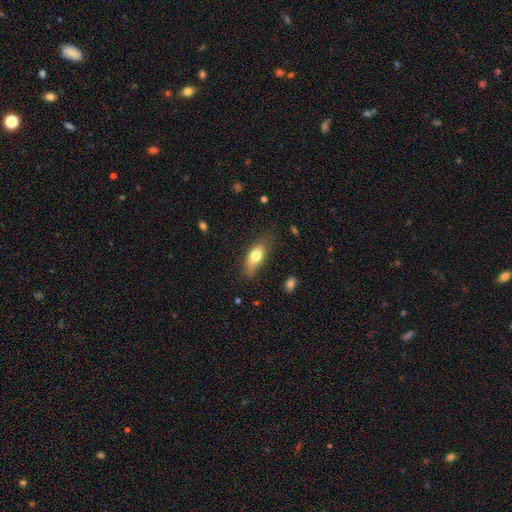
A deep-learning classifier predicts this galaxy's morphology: This is likely a smooth galaxy (73%). How rounded: likely in between (72%). Merging: likely none (66%).